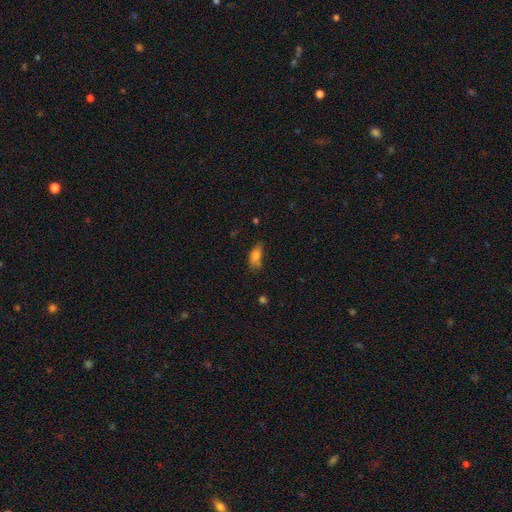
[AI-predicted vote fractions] smooth_or_featured: smooth (p=0.77) [alt: featured or disk p=0.14]
how_rounded: in between (p=0.79) [alt: cigar-shaped p=0.17]
merging: none (p=0.61) [alt: minor disturbance p=0.25]